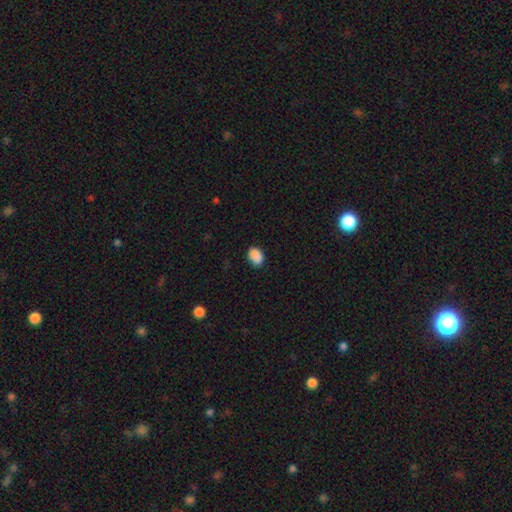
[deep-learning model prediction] Smooth or featured?
  - smooth: 89% *
  - star or artifact: 8%
  - featured or disk: 3%
How rounded?
  - in between: 77% *
  - round: 22%
  - cigar-shaped: 1%
Merging?
  - none: 79% *
  - minor disturbance: 17%
  - major disturbance: 3%
  - merger: 1%